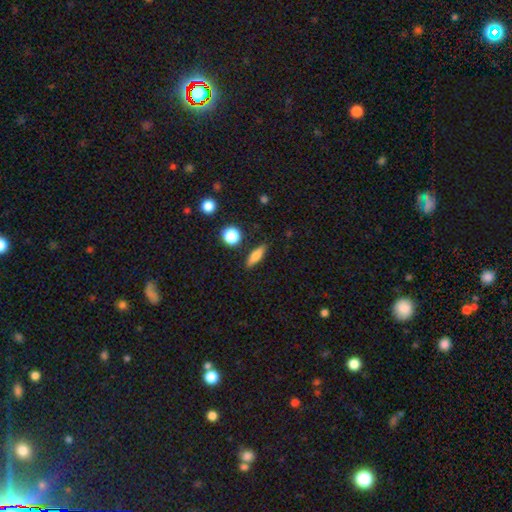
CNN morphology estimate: type=smooth (72%); roundness=cigar-shaped (50%); merging=none (85%).